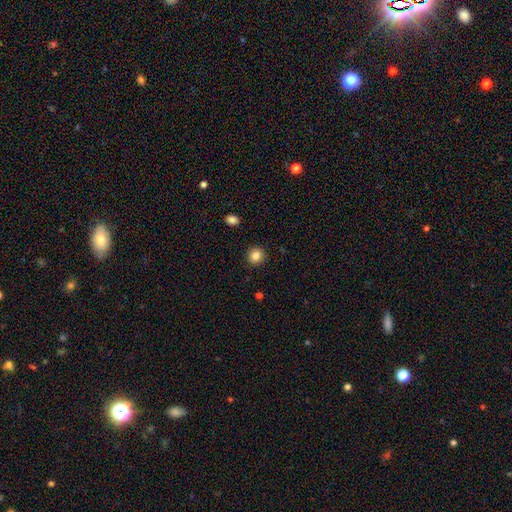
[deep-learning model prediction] smooth-or-featured: smooth: 85% | star or artifact: 11% | featured or disk: 4%
  how-rounded: round: 91% | in between: 8% | cigar-shaped: 1%
  merging: none: 91% | minor disturbance: 6% | major disturbance: 2% | merger: 1%